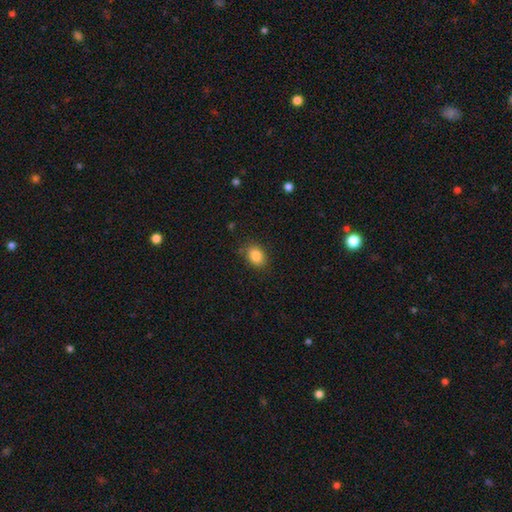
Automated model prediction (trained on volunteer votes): smooth_or_featured: smooth (p=0.86) [alt: star or artifact p=0.09]
how_rounded: in between (p=0.69) [alt: round p=0.30]
merging: none (p=0.83) [alt: minor disturbance p=0.13]